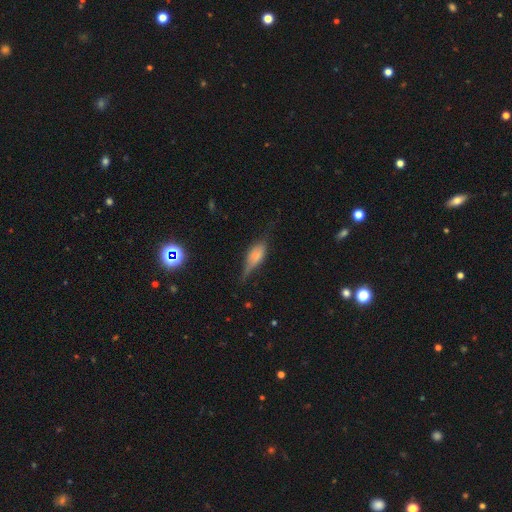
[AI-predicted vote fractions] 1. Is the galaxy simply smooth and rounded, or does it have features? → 46% smooth, 44% featured or disk, 10% star or artifact.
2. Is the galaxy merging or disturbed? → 51% none, 31% minor disturbance, 16% major disturbance, 2% merger.